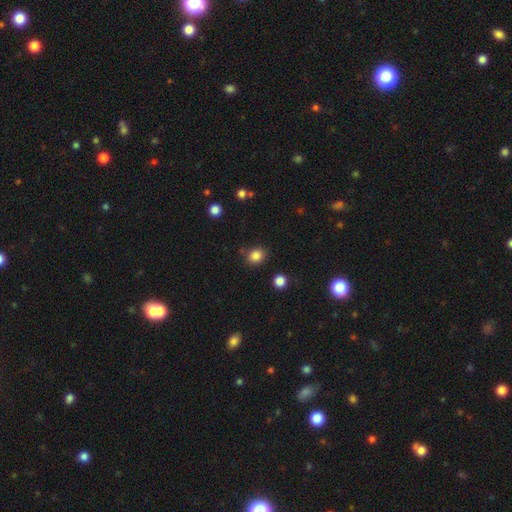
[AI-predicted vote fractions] This is clearly a smooth galaxy (84%). How rounded: likely round (70%). Merging: clearly none (82%).